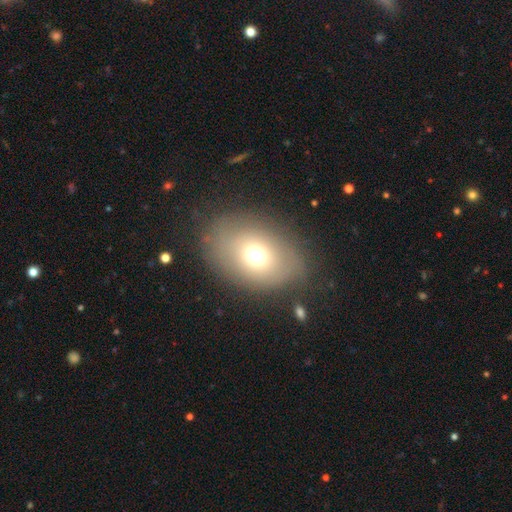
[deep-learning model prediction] A smooth galaxy with no disk features (69%) that is in between round and cigar-shaped (73%).

Vote fractions:
- Smooth or featured? smooth: 69% / featured or disk: 17% / star or artifact: 14%
- How rounded? in between: 73% / round: 26% / cigar-shaped: 1%
- Merging? none: 79% / minor disturbance: 12% / major disturbance: 7% / merger: 2%